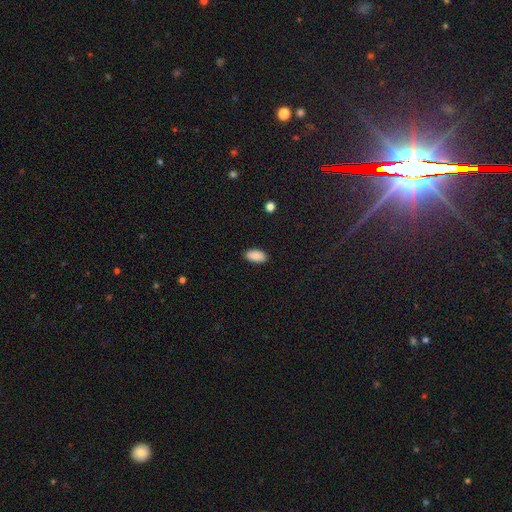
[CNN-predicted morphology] smooth 90%, star or artifact 7%, featured or disk 3%. Down the decision tree: how rounded — in between (95%); merging — none (88%).